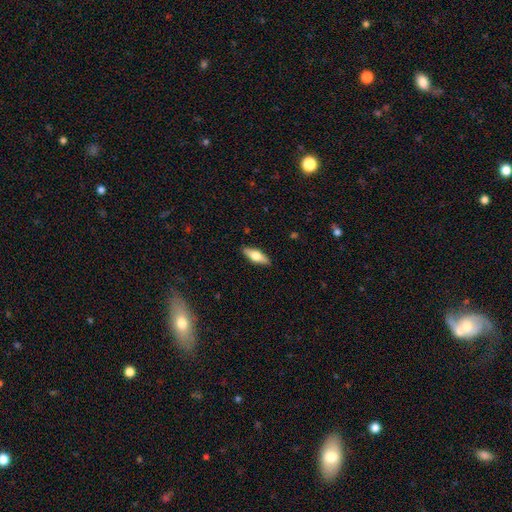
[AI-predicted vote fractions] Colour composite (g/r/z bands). It shows a smooth galaxy with no disk features (55%) that is in between round and cigar-shaped (60%). Merging: none (89%).